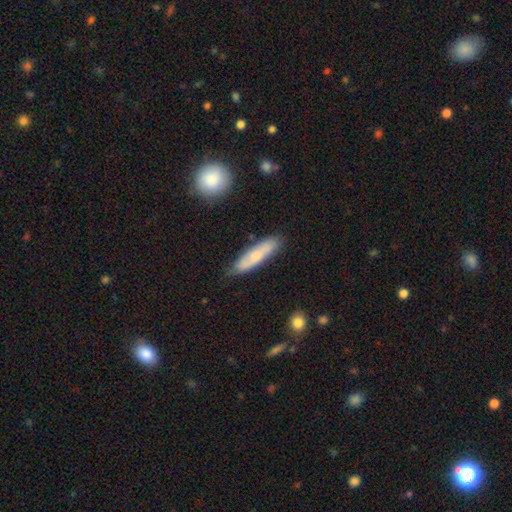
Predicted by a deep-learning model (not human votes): The model was most divided on "smooth or featured": smooth: 65%, featured or disk: 29%, star or artifact: 6%. More confident: merging — none (78%); how rounded — cigar-shaped (77%).